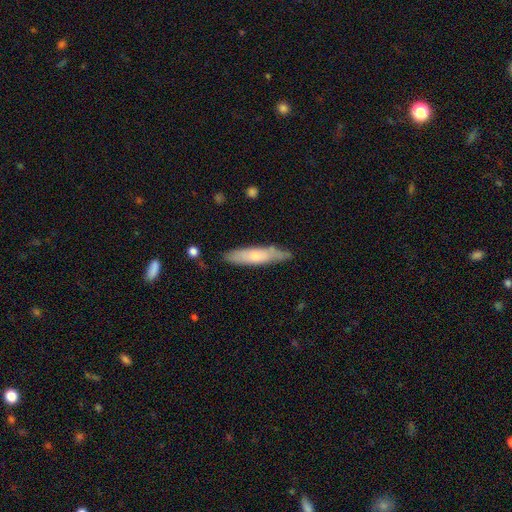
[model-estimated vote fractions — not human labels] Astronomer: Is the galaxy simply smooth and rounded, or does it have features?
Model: smooth — 58% (runner-up: featured or disk, 37%).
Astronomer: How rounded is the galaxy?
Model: cigar-shaped — 77%.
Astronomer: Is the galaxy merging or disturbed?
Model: none — 77%.